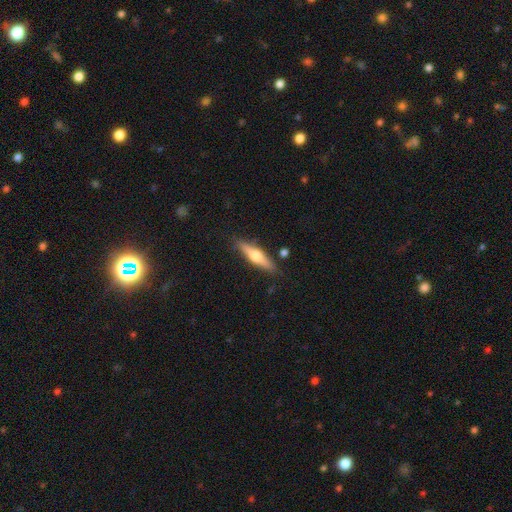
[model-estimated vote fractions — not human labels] Morphology: type=featured or disk (53%); edge-on=yes (93%); merging=none (85%).